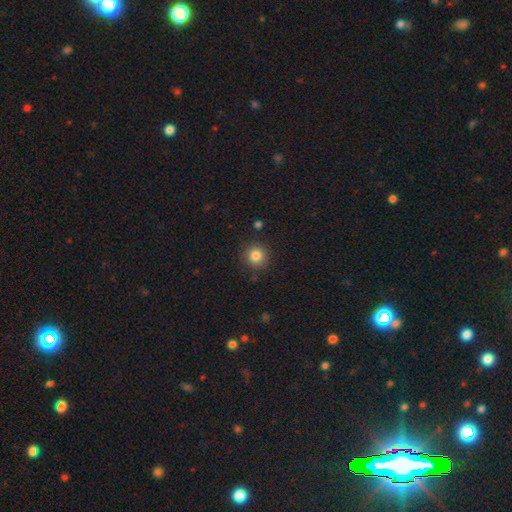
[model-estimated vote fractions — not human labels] Morphology: type=smooth (83%); roundness=round (93%); merging=none (87%).